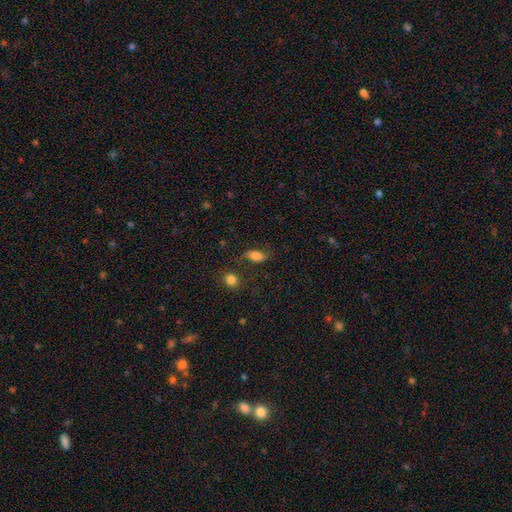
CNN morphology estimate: Smooth or featured? smooth (72%)
How rounded? in between (86%)
Merging? none (66%)